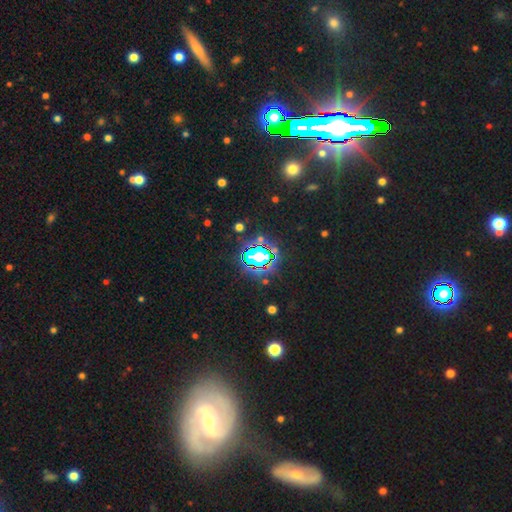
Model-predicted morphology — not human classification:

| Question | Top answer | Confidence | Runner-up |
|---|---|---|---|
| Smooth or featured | star or artifact | 68% | smooth (21%) |